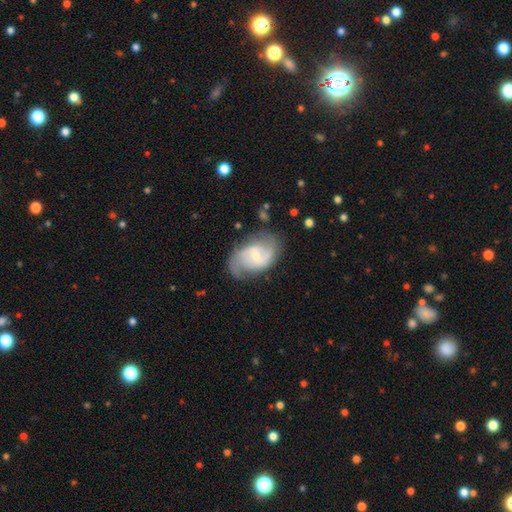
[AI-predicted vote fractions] Smooth or featured? featured or disk (78%)
Edge-on disk? no (97%)
Bar? weak (56%)
Spiral arms? yes (93%)
Spiral winding? medium (46%)
Spiral arm count? 2 (83%)
Bulge size? small (63%)
Merging? none (68%)